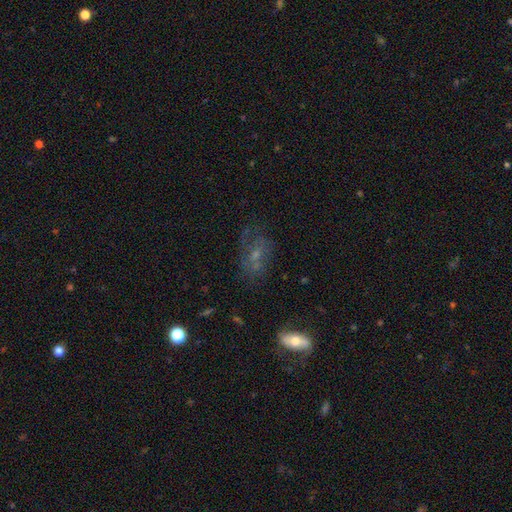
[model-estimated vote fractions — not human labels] Q: Smooth or featured?
A: featured or disk (48%); runner-up: smooth (33%)
Q: Merging?
A: none (56%); runner-up: minor disturbance (21%)